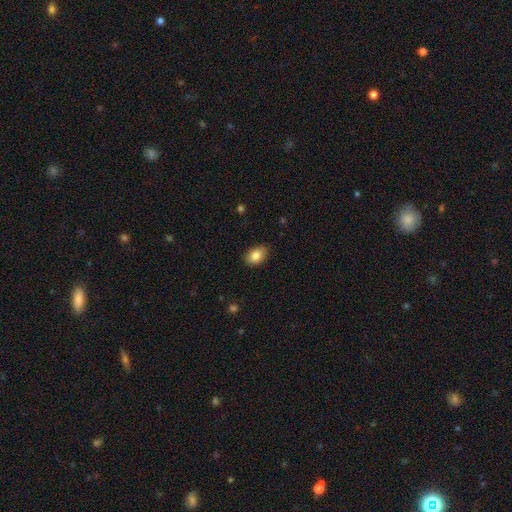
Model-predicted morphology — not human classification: The model was most divided on "how rounded": in between: 79%, round: 20%, cigar-shaped: 1%. More confident: merging — none (85%); smooth or featured — smooth (84%).